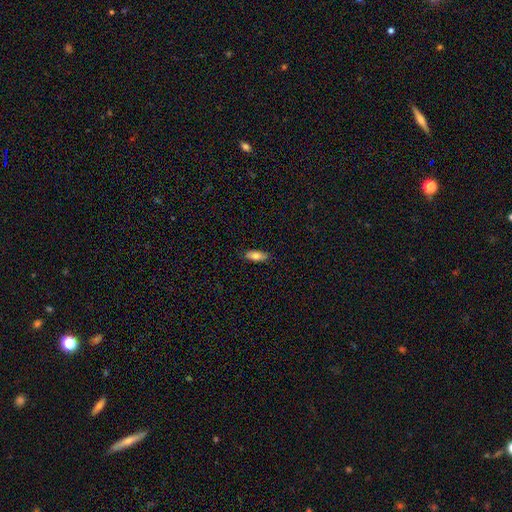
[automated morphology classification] Smooth or featured? smooth (77%)
How rounded? in between (76%)
Merging? none (87%)